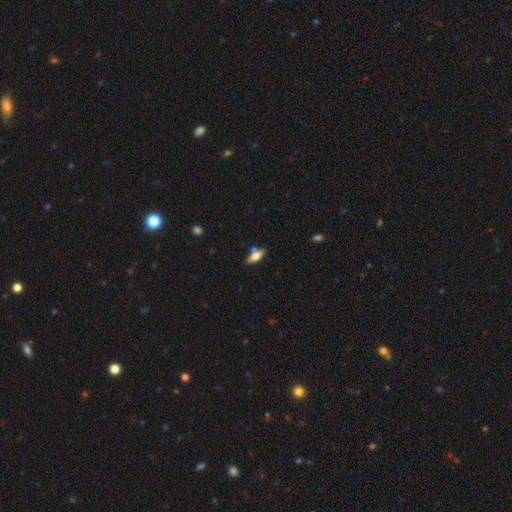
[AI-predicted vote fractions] This is possibly a smooth galaxy (55%). How rounded: likely in between (71%). Merging: likely none (71%).